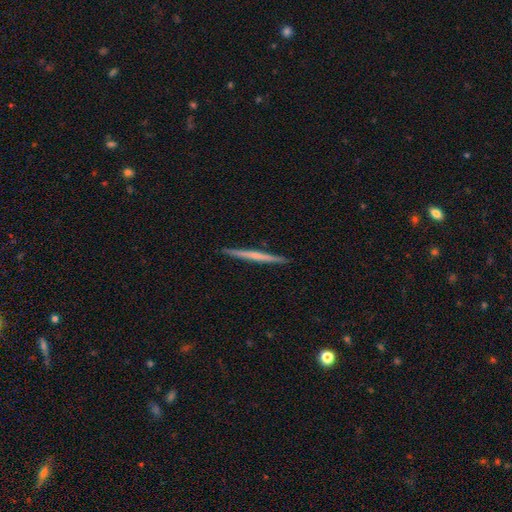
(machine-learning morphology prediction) smooth_or_featured: featured or disk (p=0.54) [alt: smooth p=0.41]
disk_edge_on: yes (p=0.98) [alt: no p=0.02]
edge_on_bulge: none (p=0.79) [alt: rounded p=0.16]
merging: none (p=0.92) [alt: minor disturbance p=0.05]